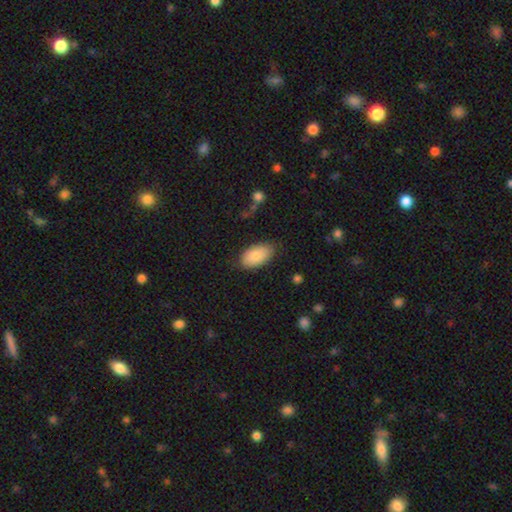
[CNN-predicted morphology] The model was most divided on "merging": none: 77%, minor disturbance: 17%, major disturbance: 4%, merger: 2%. More confident: how rounded — in between (94%); smooth or featured — smooth (82%).